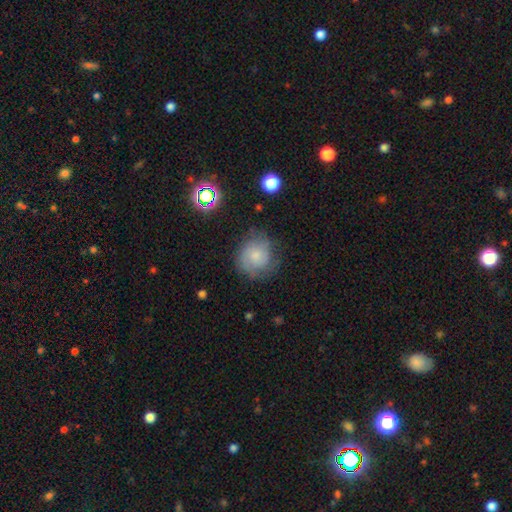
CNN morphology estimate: The model was most divided on "smooth or featured": smooth: 48%, featured or disk: 41%, star or artifact: 11%. More confident: merging — none (64%).